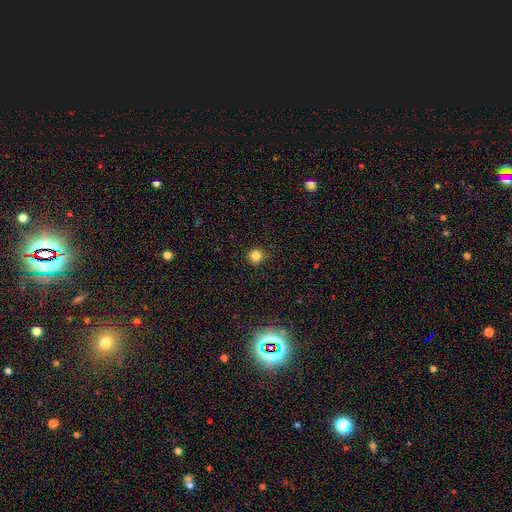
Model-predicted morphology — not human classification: Smooth or featured?
  - smooth: 83% *
  - star or artifact: 13%
  - featured or disk: 4%
How rounded?
  - round: 95% *
  - in between: 4%
  - cigar-shaped: 1%
Merging?
  - none: 91% *
  - minor disturbance: 6%
  - major disturbance: 2%
  - merger: 1%